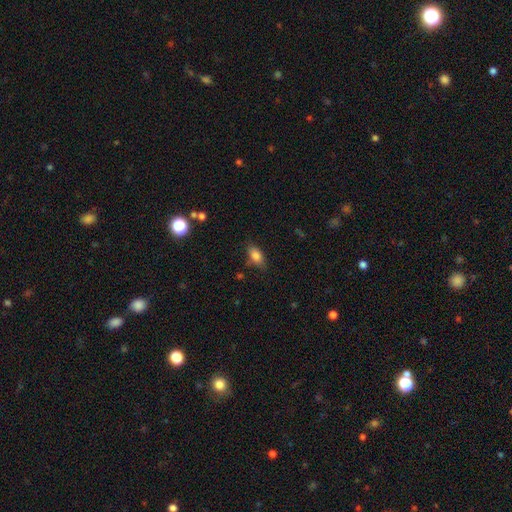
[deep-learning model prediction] Smooth or featured? Predicted: smooth (p=0.81). How rounded? Predicted: in between (p=0.87). Merging? Predicted: none (p=0.77).